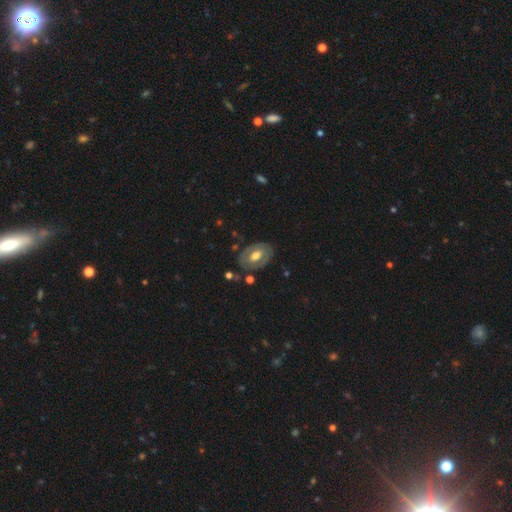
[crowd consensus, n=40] A featured or disk galaxy (65%) with no bar (64%), no spiral arms (64%) and a moderate central bulge (68%). Merging: none (69%).